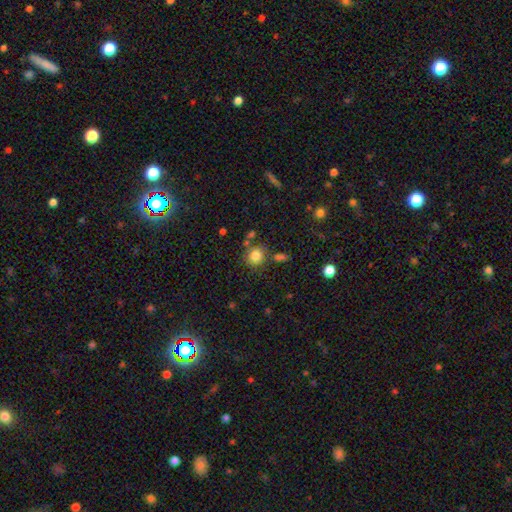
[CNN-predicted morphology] This is clearly a smooth galaxy (82%). How rounded: clearly round (83%). Merging: likely none (73%).